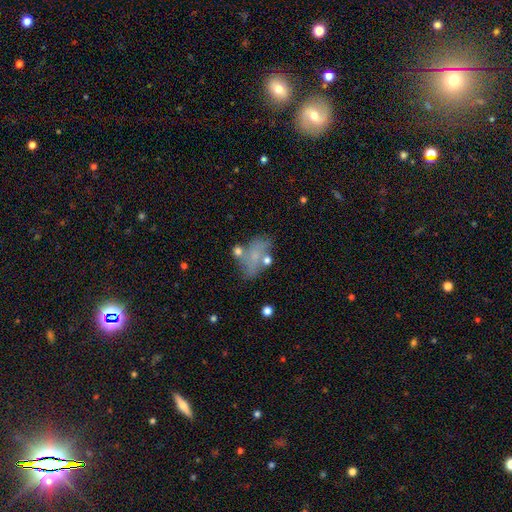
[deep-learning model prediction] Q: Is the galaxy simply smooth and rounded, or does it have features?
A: smooth — 45%.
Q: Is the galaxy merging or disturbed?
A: none — 45%.